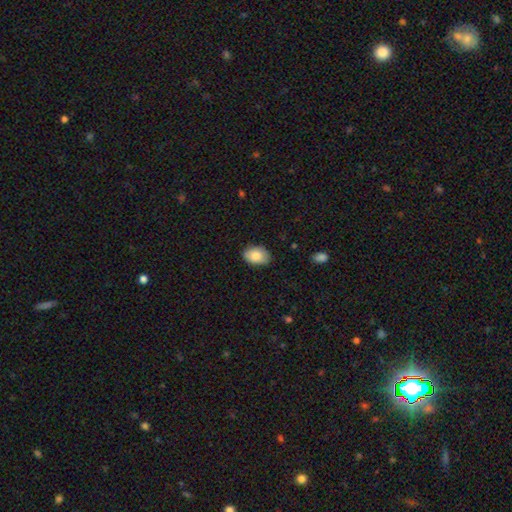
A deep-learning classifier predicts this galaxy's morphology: smooth_or_featured: smooth (p=0.84) [alt: featured or disk p=0.09]
how_rounded: in between (p=0.85) [alt: round p=0.14]
merging: none (p=0.83) [alt: minor disturbance p=0.14]